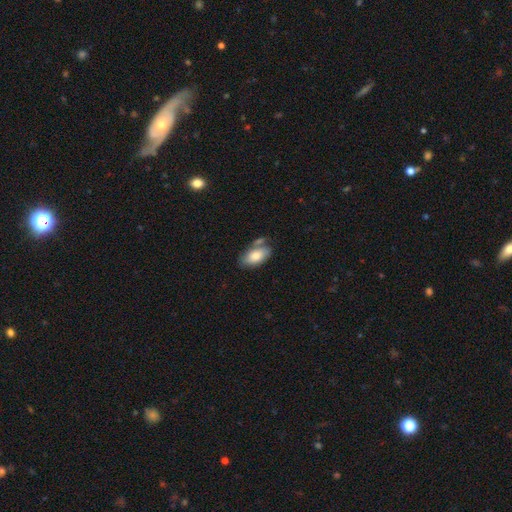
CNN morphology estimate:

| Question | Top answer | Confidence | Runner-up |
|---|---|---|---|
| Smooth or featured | smooth | 78% | featured or disk (16%) |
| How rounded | in between | 93% | round (4%) |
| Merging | none | 54% | minor disturbance (21%) |